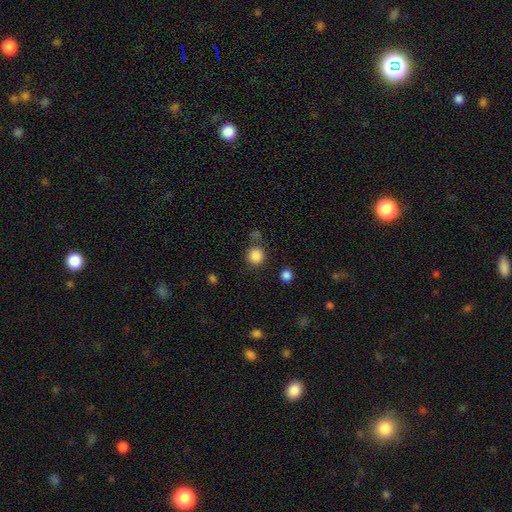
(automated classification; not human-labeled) This appears to be a smooth galaxy with no disk features (85%) that is round (91%). Merging: none (78%).